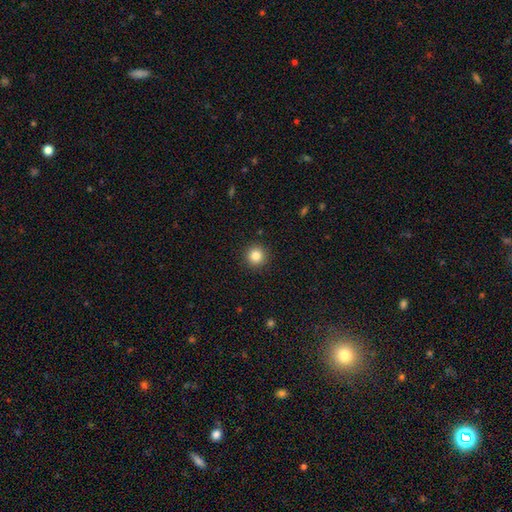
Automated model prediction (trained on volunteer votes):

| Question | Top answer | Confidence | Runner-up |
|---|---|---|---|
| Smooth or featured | smooth | 85% | star or artifact (10%) |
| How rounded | round | 95% | in between (4%) |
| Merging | none | 91% | minor disturbance (6%) |